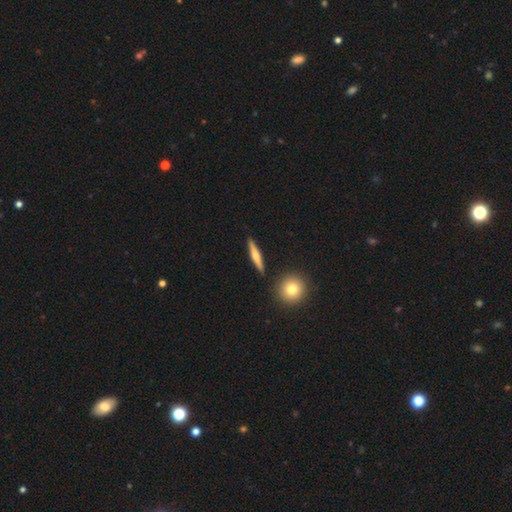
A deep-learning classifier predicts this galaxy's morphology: Smooth or featured?
  - smooth: 47% *
  - featured or disk: 46%
  - star or artifact: 6%
Merging?
  - none: 89% *
  - minor disturbance: 6%
  - merger: 3%
  - major disturbance: 2%